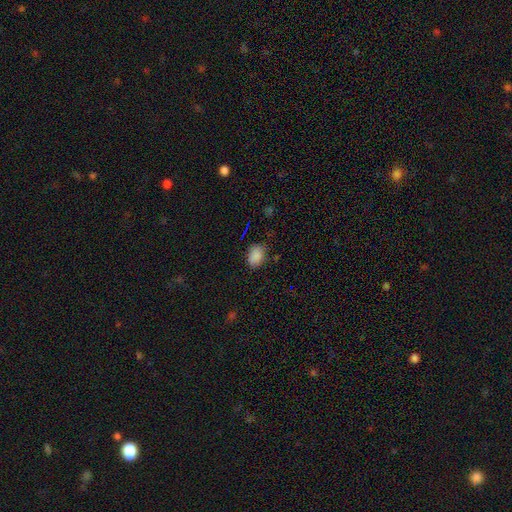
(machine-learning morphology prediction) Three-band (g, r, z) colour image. It shows a smooth galaxy with no disk features (85%) that is in between round and cigar-shaped (77%). Merging: none (75%).